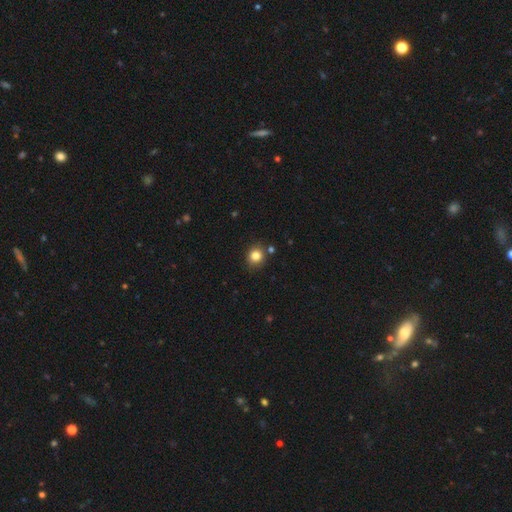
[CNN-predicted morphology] type=smooth (83%); roundness=round (79%); merging=none (82%).